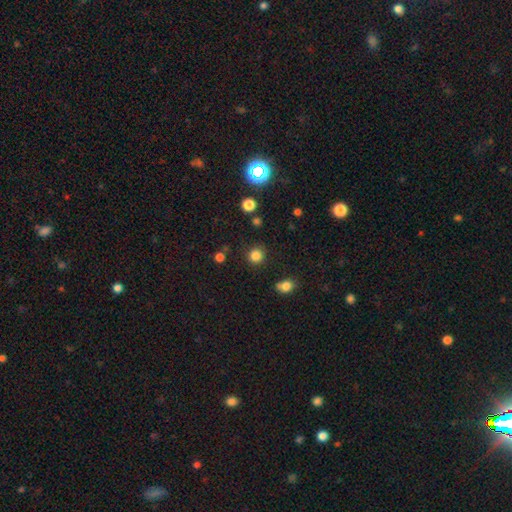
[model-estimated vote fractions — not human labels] Morphology: type=smooth (82%); roundness=round (92%); merging=none (86%).